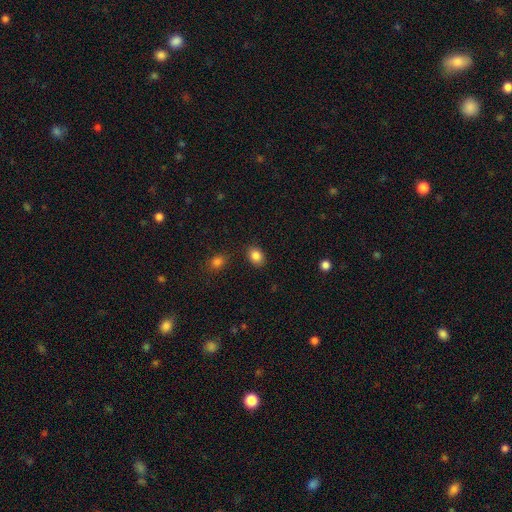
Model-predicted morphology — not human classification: Smooth or featured? Predicted: smooth (p=0.86). How rounded? Predicted: in between (p=0.61). Merging? Predicted: none (p=0.85).